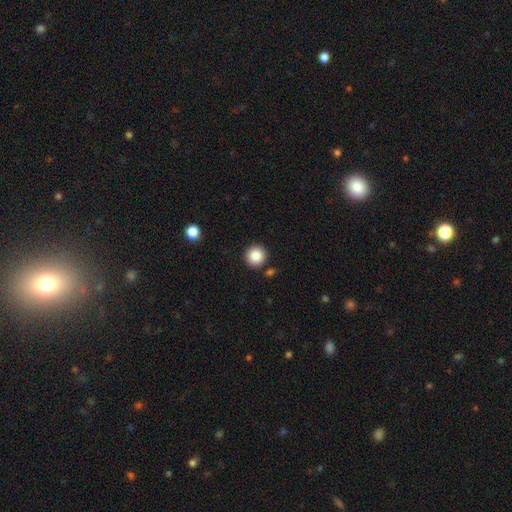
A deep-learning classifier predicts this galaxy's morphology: This appears to be a smooth galaxy with no disk features (87%) that is round (95%). Merging: none (89%).